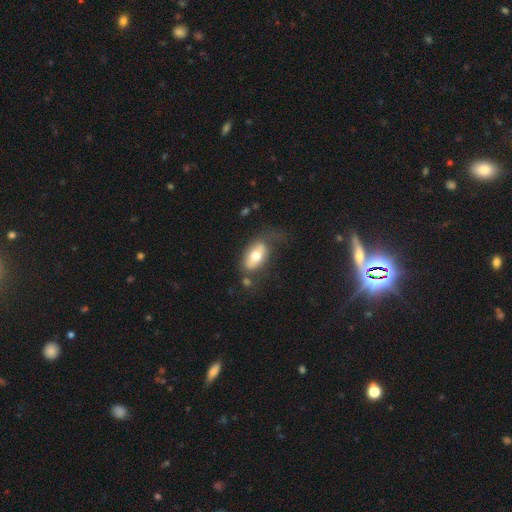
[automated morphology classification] Smooth or featured?
  - smooth: 62% *
  - featured or disk: 32%
  - star or artifact: 6%
How rounded?
  - in between: 91% *
  - round: 5%
  - cigar-shaped: 4%
Merging?
  - none: 47% *
  - minor disturbance: 25%
  - major disturbance: 20%
  - merger: 8%